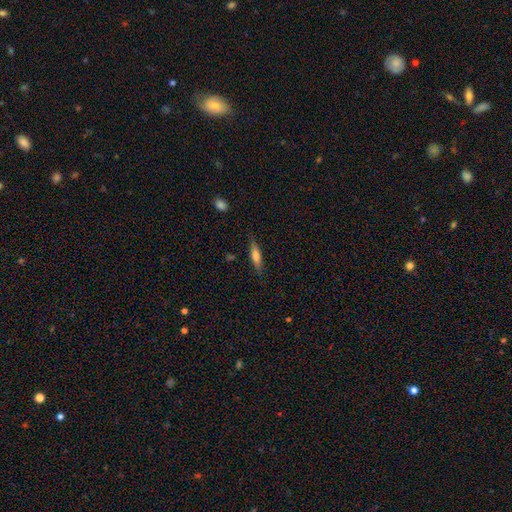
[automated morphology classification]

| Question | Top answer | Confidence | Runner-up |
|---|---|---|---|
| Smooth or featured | smooth | 57% | featured or disk (36%) |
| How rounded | cigar-shaped | 72% | in between (26%) |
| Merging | none | 81% | minor disturbance (14%) |